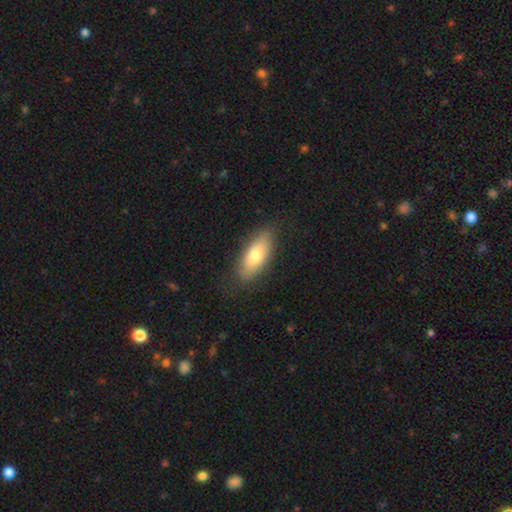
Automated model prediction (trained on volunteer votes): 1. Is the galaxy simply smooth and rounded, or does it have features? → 74% smooth, 19% featured or disk, 6% star or artifact.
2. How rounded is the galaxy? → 78% in between, 19% cigar-shaped, 3% round.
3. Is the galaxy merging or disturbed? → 84% none, 12% minor disturbance, 3% major disturbance, 1% merger.